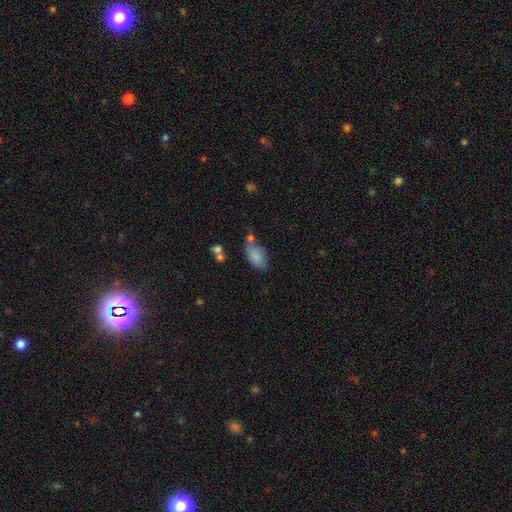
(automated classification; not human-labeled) Smooth or featured? Predicted: smooth (p=0.79). How rounded? Predicted: in between (p=0.91). Merging? Predicted: none (p=0.45).